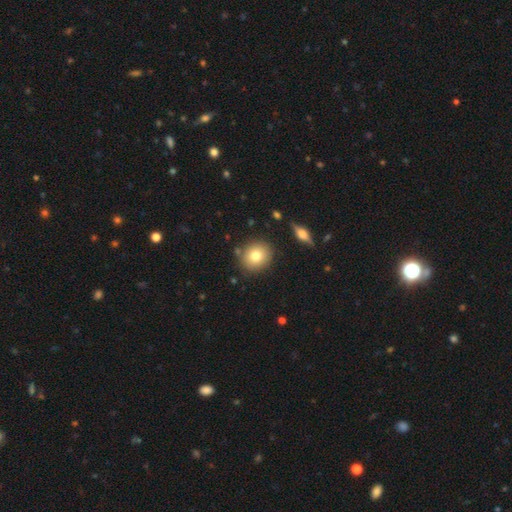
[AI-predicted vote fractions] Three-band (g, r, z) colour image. It shows a smooth galaxy with no disk features (77%) that is round (83%). Merging: none (85%).